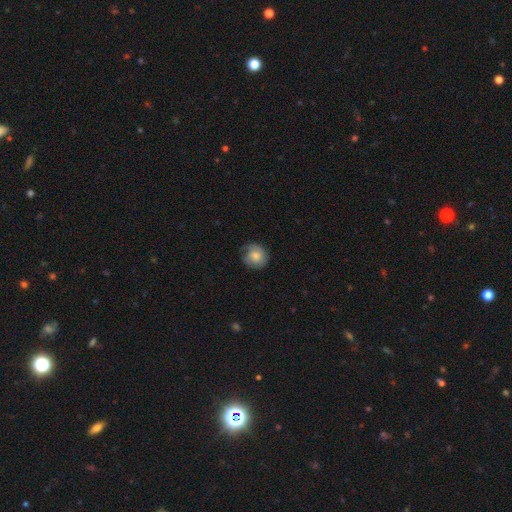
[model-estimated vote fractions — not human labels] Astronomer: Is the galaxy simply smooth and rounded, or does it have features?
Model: smooth — 70%.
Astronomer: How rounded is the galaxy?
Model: round — 88%.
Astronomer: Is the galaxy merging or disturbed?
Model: none — 67%.